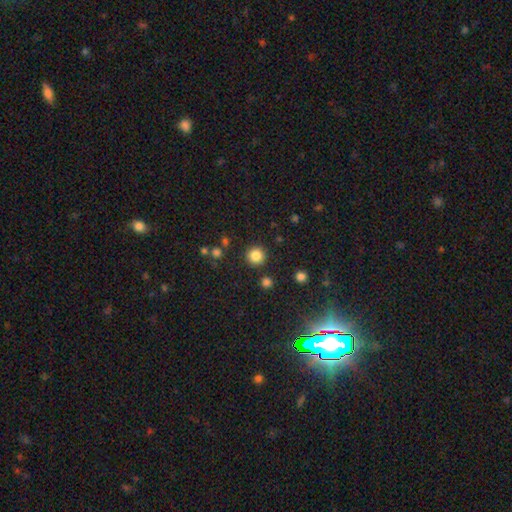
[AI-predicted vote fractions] smooth 84%, star or artifact 12%, featured or disk 4%. Down the decision tree: how rounded — round (95%); merging — none (89%).